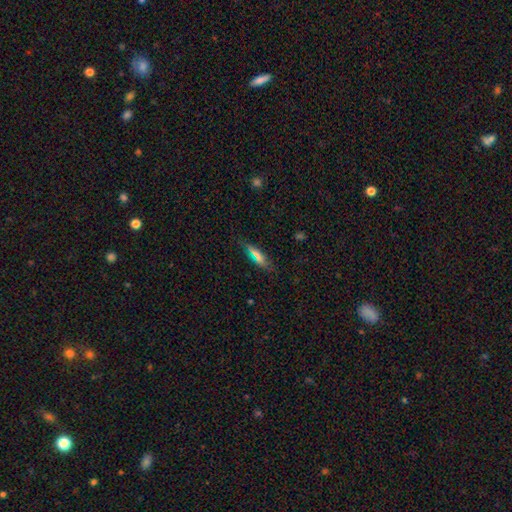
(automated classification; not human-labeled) Smooth or featured?
  - smooth: 63% *
  - featured or disk: 22%
  - star or artifact: 15%
How rounded?
  - cigar-shaped: 57% *
  - in between: 40%
  - round: 3%
Merging?
  - none: 80% *
  - minor disturbance: 15%
  - major disturbance: 4%
  - merger: 2%